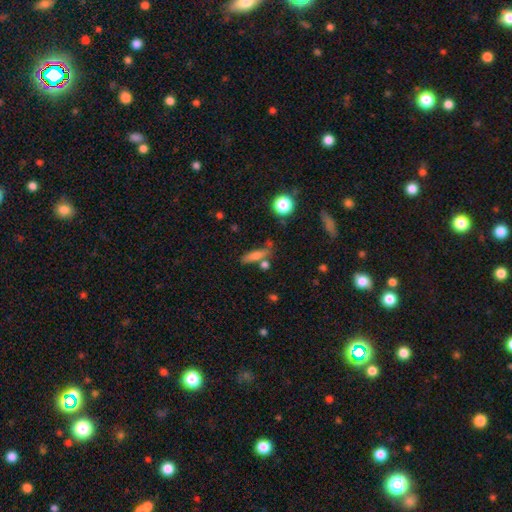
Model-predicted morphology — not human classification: This appears to be a smooth galaxy with no disk features (65%) that is cigar-shaped (67%). Merging: none (59%).